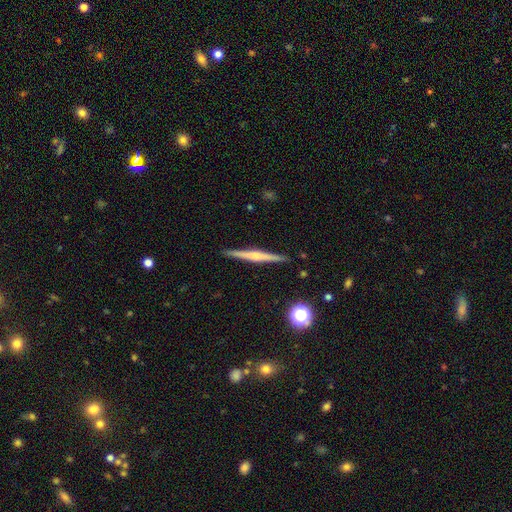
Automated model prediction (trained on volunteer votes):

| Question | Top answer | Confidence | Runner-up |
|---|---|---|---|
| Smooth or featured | featured or disk | 69% | smooth (24%) |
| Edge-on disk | yes | 98% | no (2%) |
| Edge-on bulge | rounded | 70% | none (15%) |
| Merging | none | 91% | minor disturbance (6%) |